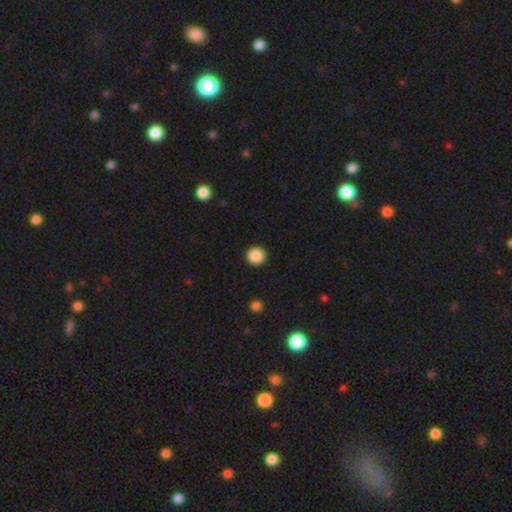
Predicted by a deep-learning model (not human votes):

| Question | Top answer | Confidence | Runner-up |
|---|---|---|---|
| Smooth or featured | smooth | 88% | star or artifact (9%) |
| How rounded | round | 95% | in between (4%) |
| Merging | none | 93% | minor disturbance (5%) |